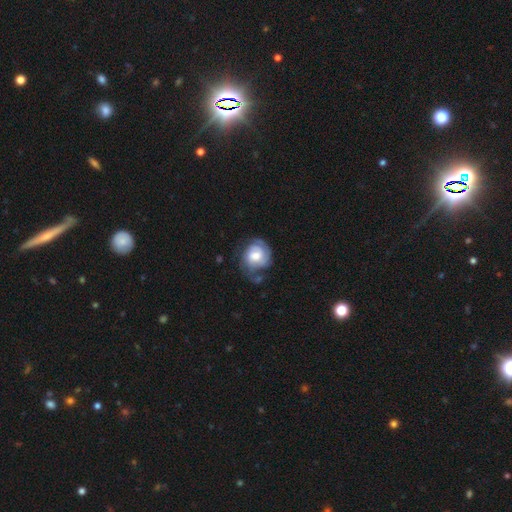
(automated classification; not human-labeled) Morphology: type=featured or disk (63%); edge-on=no (97%); bar=no (58%); spiral arms=yes (85%); winding=tight (59%); arm count=2 (43%); bulge=moderate (60%); merging=none (50%).